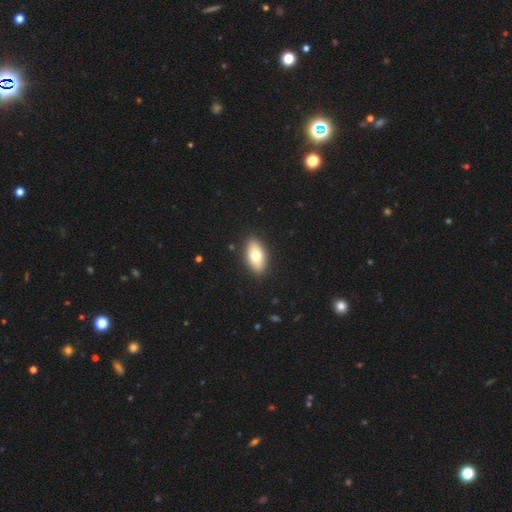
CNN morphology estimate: Smooth or featured?
  - smooth: 74% *
  - featured or disk: 20%
  - star or artifact: 6%
How rounded?
  - in between: 90% *
  - cigar-shaped: 6%
  - round: 4%
Merging?
  - none: 89% *
  - minor disturbance: 8%
  - major disturbance: 2%
  - merger: 1%